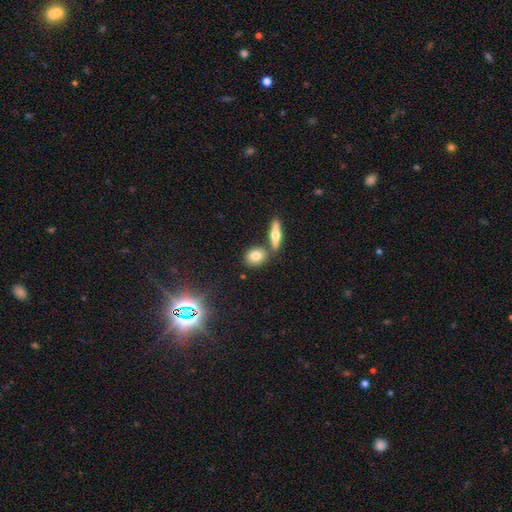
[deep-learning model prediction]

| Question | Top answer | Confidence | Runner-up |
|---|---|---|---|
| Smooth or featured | smooth | 76% | featured or disk (14%) |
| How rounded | in between | 58% | round (36%) |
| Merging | none | 70% | merger (18%) |